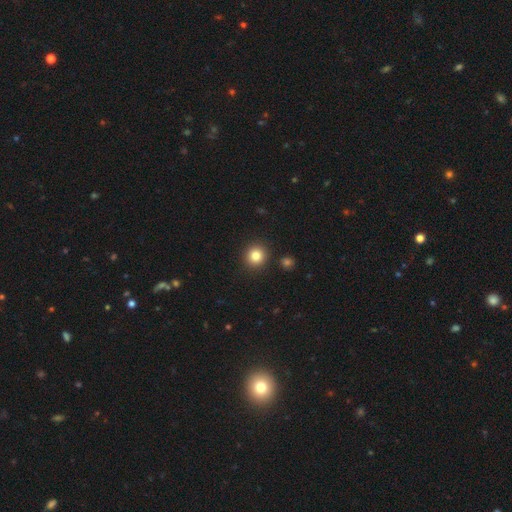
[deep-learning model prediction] Q: Smooth or featured?
A: smooth (83%); runner-up: star or artifact (11%)
Q: How rounded?
A: round (91%); runner-up: in between (8%)
Q: Merging?
A: none (90%); runner-up: minor disturbance (5%)